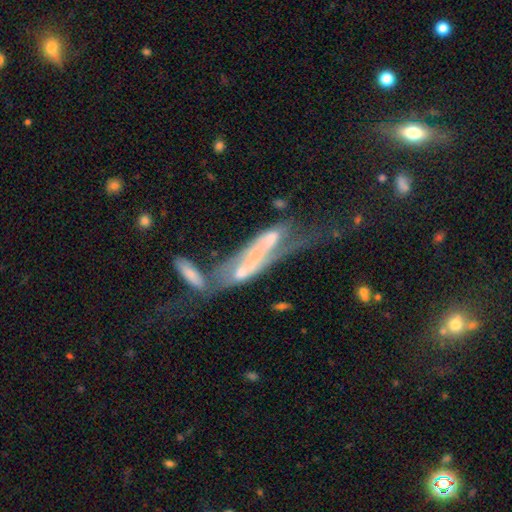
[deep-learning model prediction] Smooth or featured: featured or disk — 59% (smooth — 29%)
Edge-on disk: no — 69% (yes — 31%)
Merging: merger — 51% (major disturbance — 26%)